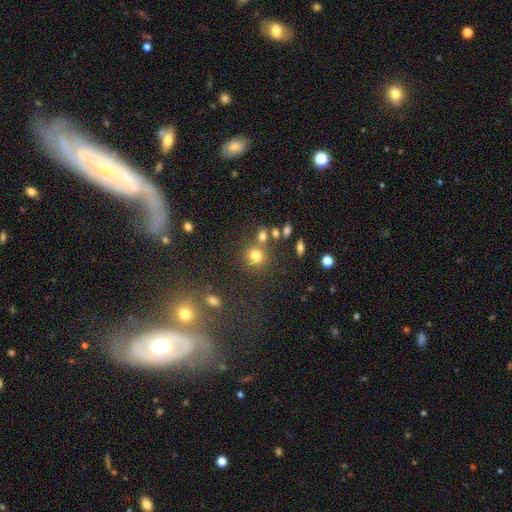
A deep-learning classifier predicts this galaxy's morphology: A smooth galaxy with no disk features (75%) that is round (83%). Merging: none (65%).